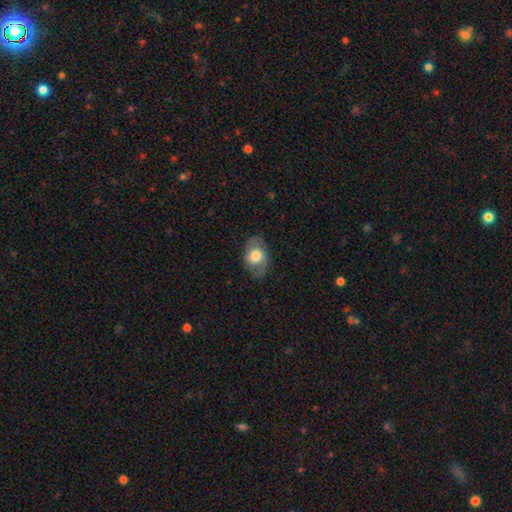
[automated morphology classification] Smooth or featured?
  - smooth: 63% *
  - featured or disk: 30%
  - star or artifact: 7%
How rounded?
  - in between: 81% *
  - round: 18%
  - cigar-shaped: 1%
Merging?
  - none: 77% *
  - minor disturbance: 17%
  - major disturbance: 6%
  - merger: 1%